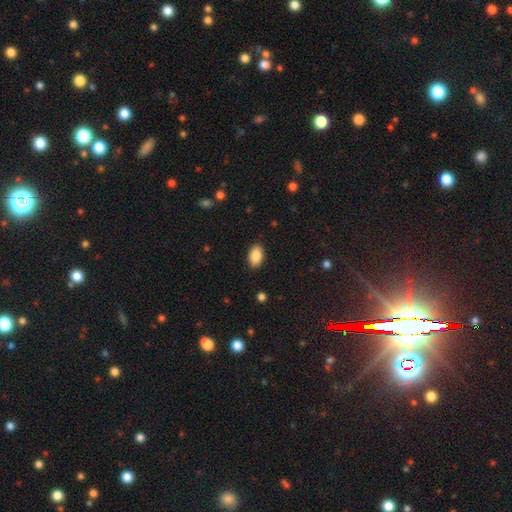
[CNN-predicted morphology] smooth_or_featured: smooth (p=0.88) [alt: star or artifact p=0.07]
how_rounded: in between (p=0.93) [alt: round p=0.05]
merging: none (p=0.89) [alt: minor disturbance p=0.08]